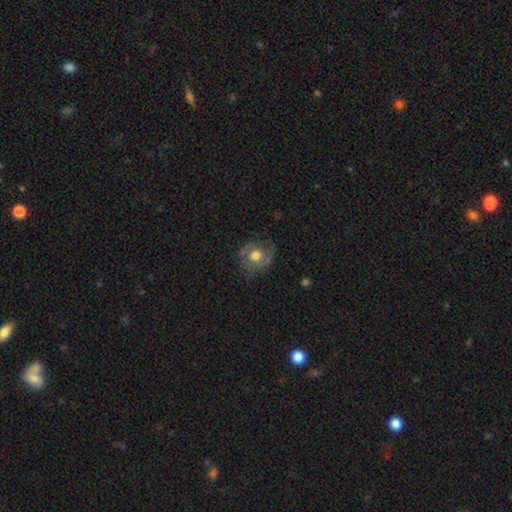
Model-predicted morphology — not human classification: Smooth or featured: featured or disk — 49% (smooth — 42%)
Merging: none — 68% (minor disturbance — 21%)